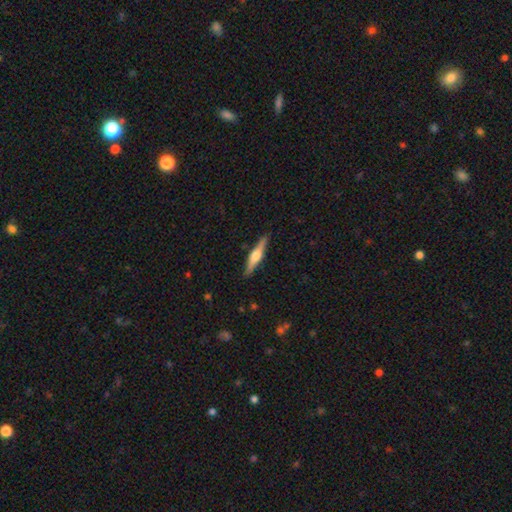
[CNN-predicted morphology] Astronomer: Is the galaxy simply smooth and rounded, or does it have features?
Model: featured or disk — 64%.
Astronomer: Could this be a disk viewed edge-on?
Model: yes — 97%.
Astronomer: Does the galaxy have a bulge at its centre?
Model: rounded — 90%.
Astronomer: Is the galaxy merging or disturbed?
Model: none — 90%.